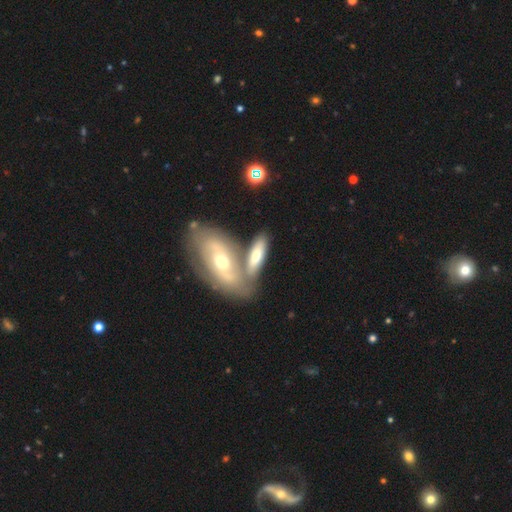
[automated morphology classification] Smooth or featured: smooth — 58% (featured or disk — 37%)
How rounded: in between — 63% (cigar-shaped — 33%)
Merging: none — 44% (merger — 40%)